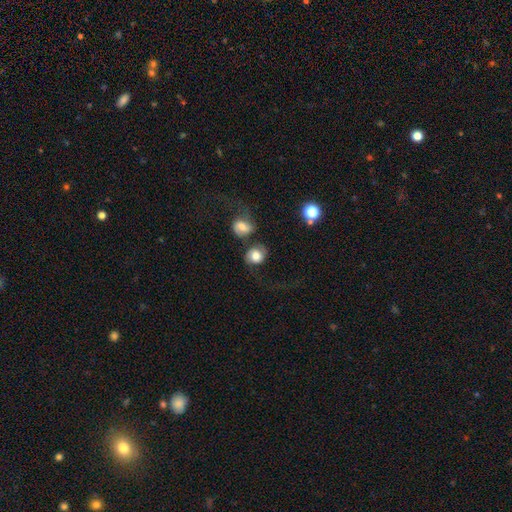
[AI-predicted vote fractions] Morphology: type=smooth (66%); roundness=round (69%); merging=none (42%).